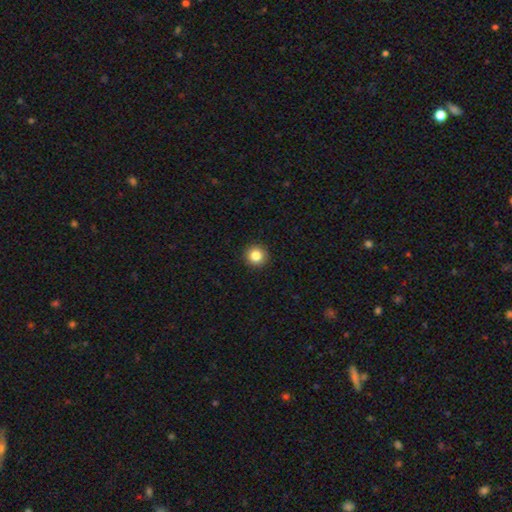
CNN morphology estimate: Smooth or featured: smooth — 84% (star or artifact — 11%)
How rounded: round — 95% (in between — 4%)
Merging: none — 93% (minor disturbance — 5%)